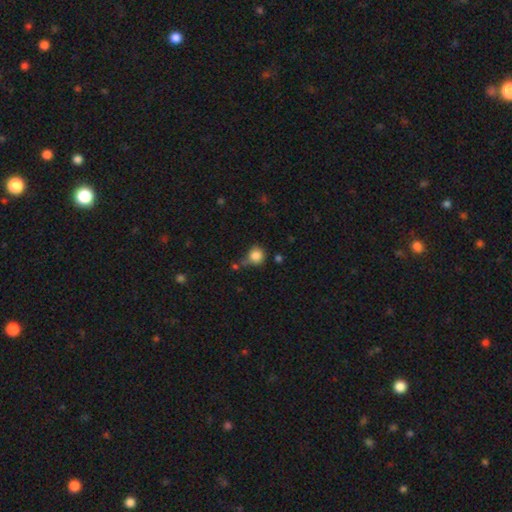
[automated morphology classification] Smooth or featured?
  - smooth: 85% *
  - star or artifact: 10%
  - featured or disk: 5%
How rounded?
  - round: 88% *
  - in between: 11%
  - cigar-shaped: 1%
Merging?
  - none: 64% *
  - minor disturbance: 19%
  - merger: 12%
  - major disturbance: 6%